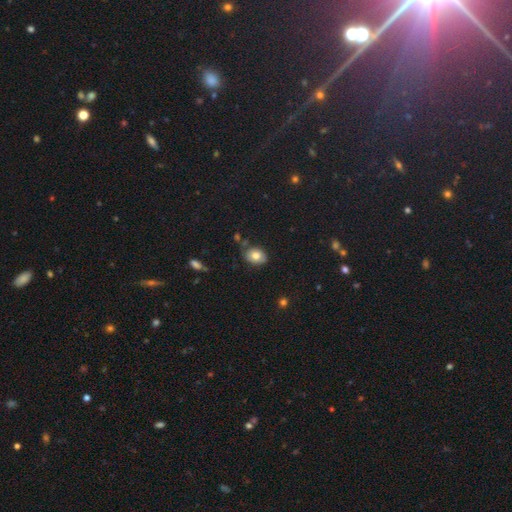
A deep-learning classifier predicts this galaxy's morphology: smooth_or_featured: smooth (p=0.78) [alt: featured or disk p=0.13]
how_rounded: in between (p=0.67) [alt: round p=0.32]
merging: none (p=0.77) [alt: minor disturbance p=0.16]